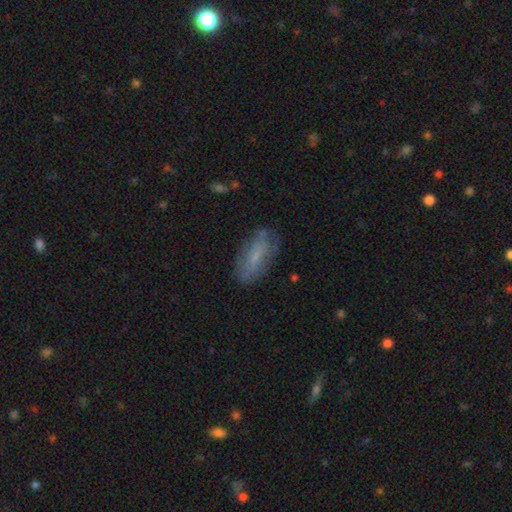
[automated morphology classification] A smooth galaxy with no disk features (58%) that is in between round and cigar-shaped (76%). Merging: none (69%).